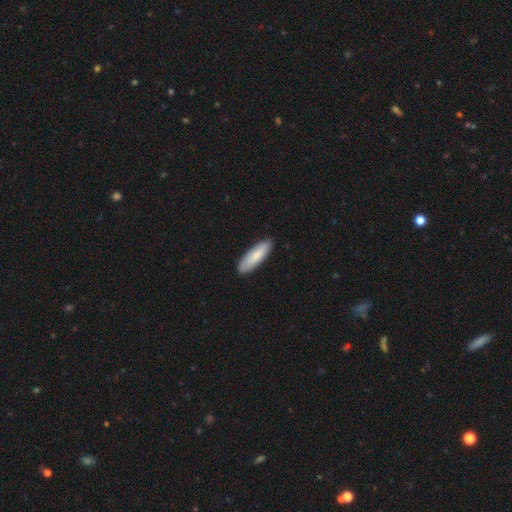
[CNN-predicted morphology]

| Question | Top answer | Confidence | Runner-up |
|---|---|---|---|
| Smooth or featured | smooth | 82% | featured or disk (14%) |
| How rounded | cigar-shaped | 57% | in between (41%) |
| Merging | none | 90% | minor disturbance (8%) |